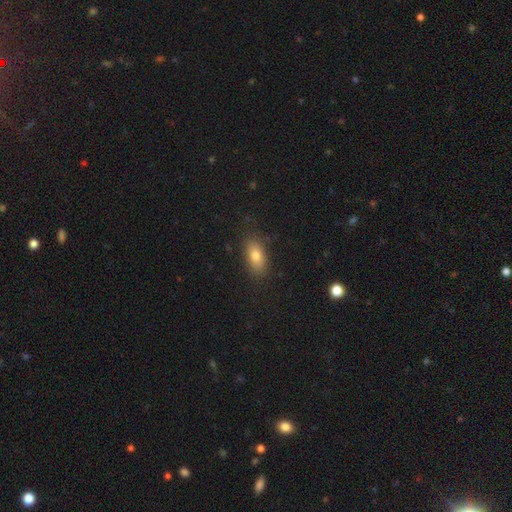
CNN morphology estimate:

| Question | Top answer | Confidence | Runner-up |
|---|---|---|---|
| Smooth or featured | smooth | 79% | featured or disk (12%) |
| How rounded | in between | 86% | cigar-shaped (7%) |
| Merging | none | 83% | minor disturbance (12%) |